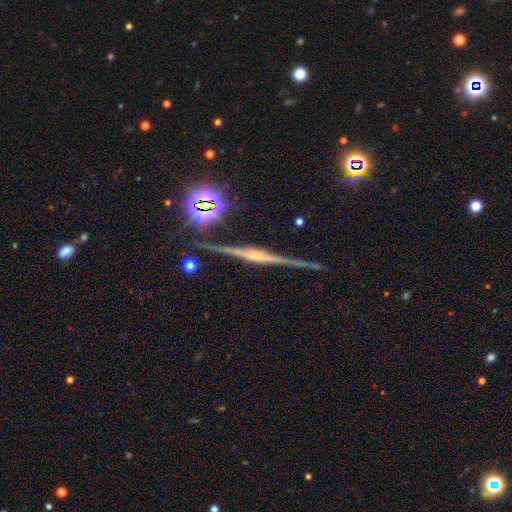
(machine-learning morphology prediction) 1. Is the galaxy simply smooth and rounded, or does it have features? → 82% featured or disk, 11% star or artifact, 7% smooth.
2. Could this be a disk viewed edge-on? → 98% yes, 2% no.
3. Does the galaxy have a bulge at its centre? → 63% rounded, 28% boxy, 9% none.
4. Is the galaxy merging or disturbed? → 86% none, 10% minor disturbance, 2% major disturbance, 2% merger.